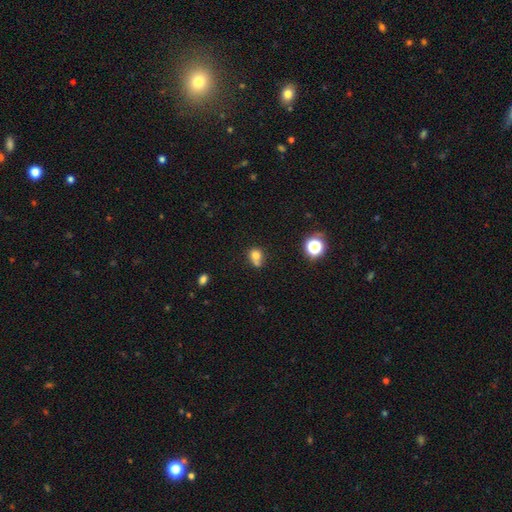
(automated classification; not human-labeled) Q: Smooth or featured?
A: smooth (73%); runner-up: star or artifact (14%)
Q: How rounded?
A: round (68%); runner-up: in between (31%)
Q: Merging?
A: none (39%); runner-up: merger (36%)